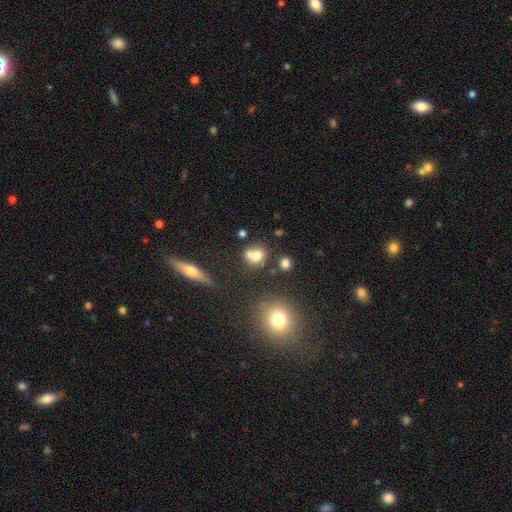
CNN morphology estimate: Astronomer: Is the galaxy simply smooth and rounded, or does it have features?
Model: smooth — 71%.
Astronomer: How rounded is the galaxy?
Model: round — 70%.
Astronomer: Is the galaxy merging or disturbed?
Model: none — 44% (runner-up: merger, 39%).